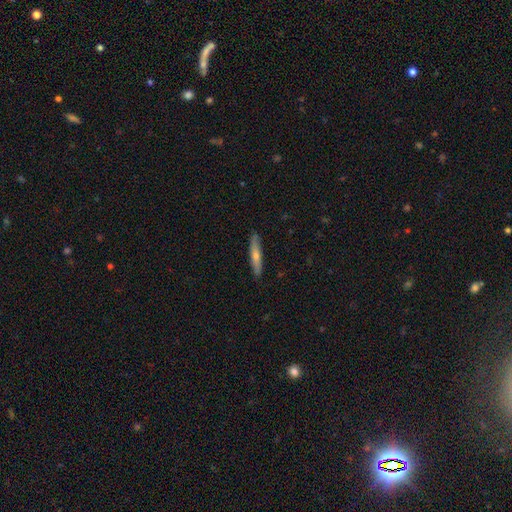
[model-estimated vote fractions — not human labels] smooth 51%, featured or disk 43%, star or artifact 6%. Down the decision tree: how rounded — cigar-shaped (92%); merging — none (89%).